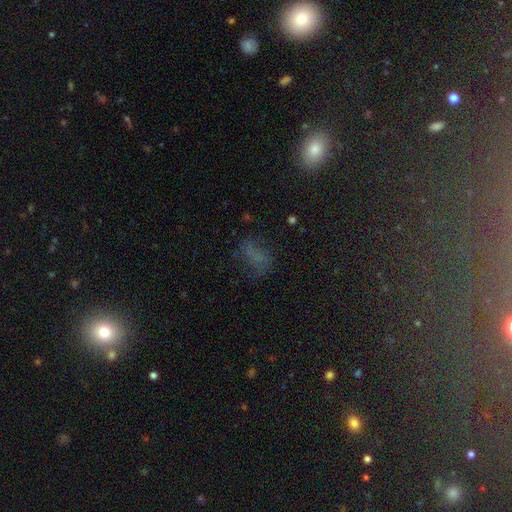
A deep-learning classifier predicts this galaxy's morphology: Smooth or featured: smooth — 48% (star or artifact — 29%)
Merging: none — 53% (major disturbance — 22%)